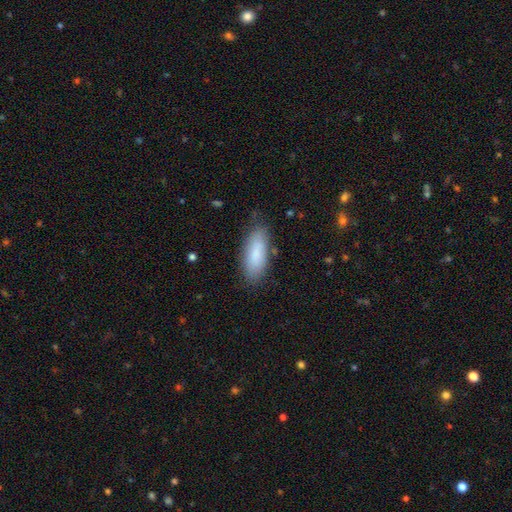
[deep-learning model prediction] smooth_or_featured: smooth (p=0.85) [alt: featured or disk p=0.09]
how_rounded: in between (p=0.78) [alt: cigar-shaped p=0.20]
merging: none (p=0.81) [alt: minor disturbance p=0.14]